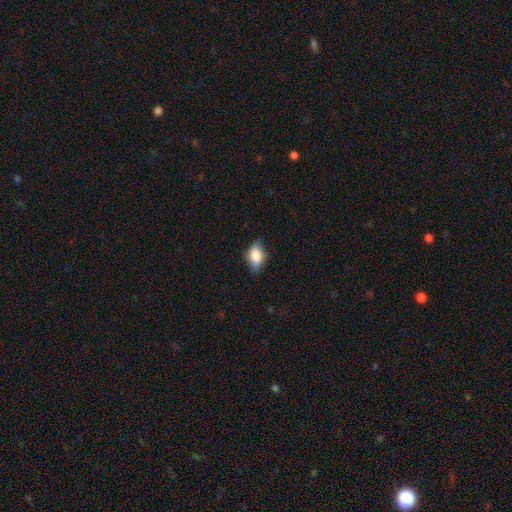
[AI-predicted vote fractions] This is likely a smooth galaxy (70%). How rounded: clearly in between (84%). Merging: likely none (71%).